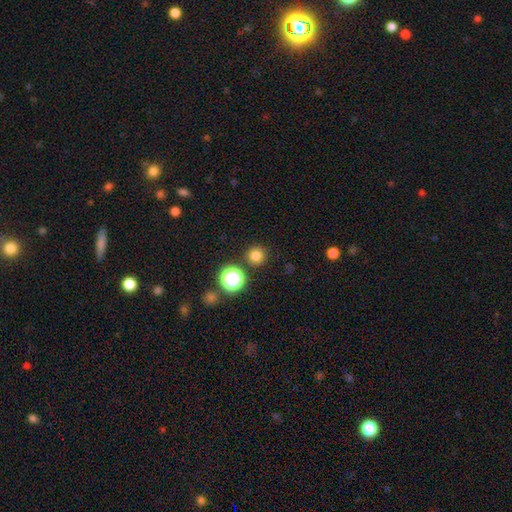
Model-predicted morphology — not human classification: This is likely a smooth galaxy (79%). How rounded: clearly round (96%). Merging: clearly none (89%).